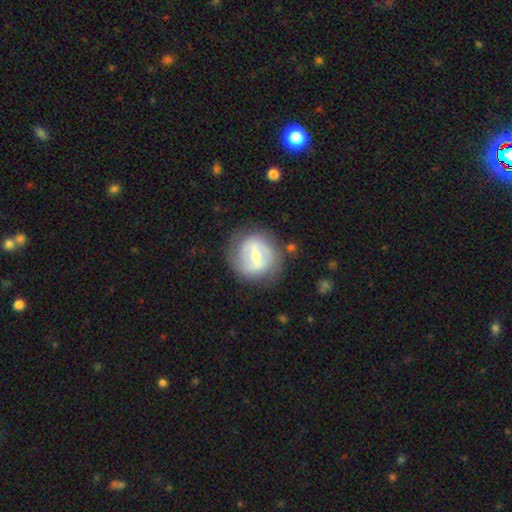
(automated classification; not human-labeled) A featured or disk galaxy (62%) with a strong bar (45%), no spiral arms (51%) and a moderate central bulge (52%).

Vote fractions:
- Smooth or featured? featured or disk: 62% / smooth: 32% / star or artifact: 7%
- Edge-on disk? no: 95% / yes: 5%
- Bar? strong: 45% / weak: 41% / no: 14%
- Spiral arms? no: 51% / yes: 49%
- Bulge size? moderate: 52% / small: 41% / large: 4% / none: 3% / dominant: 1%
- Merging? none: 75% / minor disturbance: 16% / major disturbance: 7% / merger: 2%